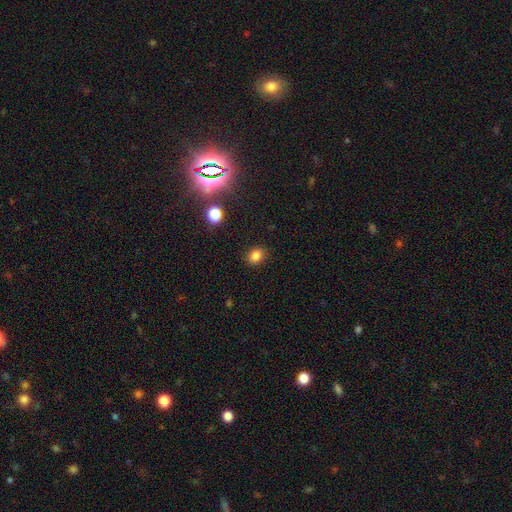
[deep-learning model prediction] Smooth or featured: smooth — 82% (star or artifact — 13%)
How rounded: round — 50% (in between — 49%)
Merging: none — 88% (minor disturbance — 8%)